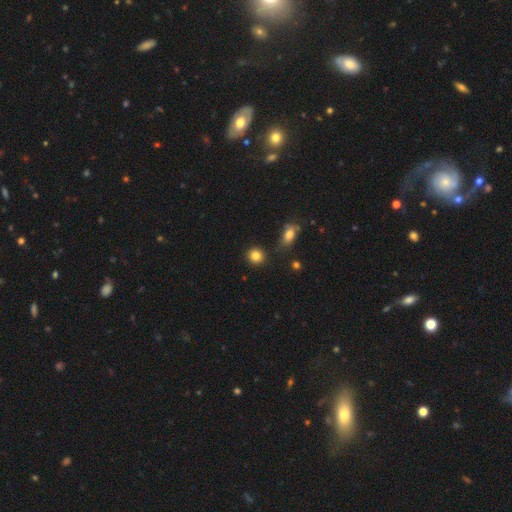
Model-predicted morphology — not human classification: A smooth galaxy with no disk features (85%) that is round (86%).

Vote fractions:
- Smooth or featured? smooth: 85% / star or artifact: 10% / featured or disk: 5%
- How rounded? round: 86% / in between: 12% / cigar-shaped: 1%
- Merging? none: 86% / minor disturbance: 8% / merger: 4% / major disturbance: 2%